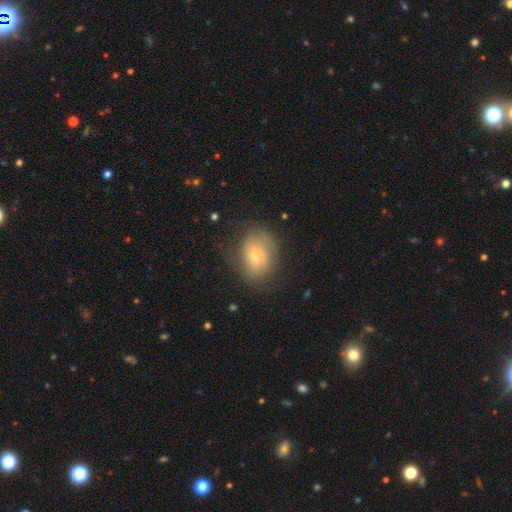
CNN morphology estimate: A smooth galaxy with no disk features (59%) that is in between round and cigar-shaped (63%).

Vote fractions:
- Smooth or featured? smooth: 59% / featured or disk: 31% / star or artifact: 10%
- How rounded? in between: 63% / round: 36% / cigar-shaped: 1%
- Merging? none: 67% / minor disturbance: 22% / major disturbance: 9% / merger: 1%